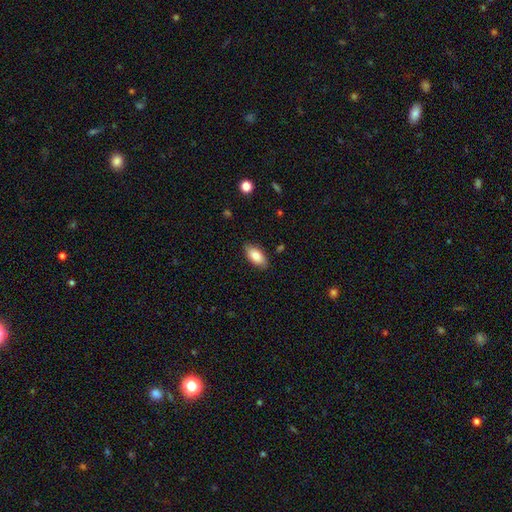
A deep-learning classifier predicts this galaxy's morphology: Smooth or featured? smooth (81%)
How rounded? in between (90%)
Merging? none (84%)